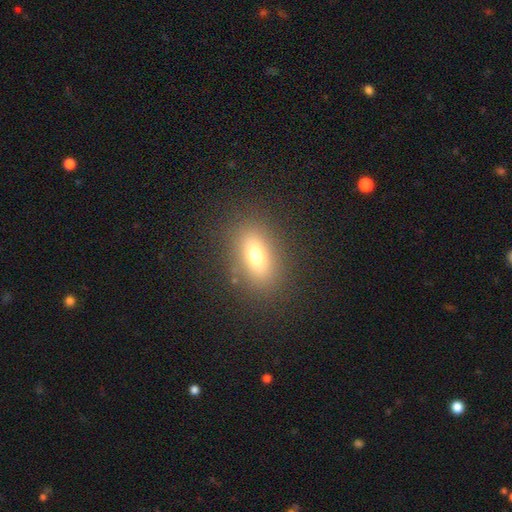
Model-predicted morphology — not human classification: Smooth or featured? smooth (70%)
How rounded? in between (73%)
Merging? none (85%)